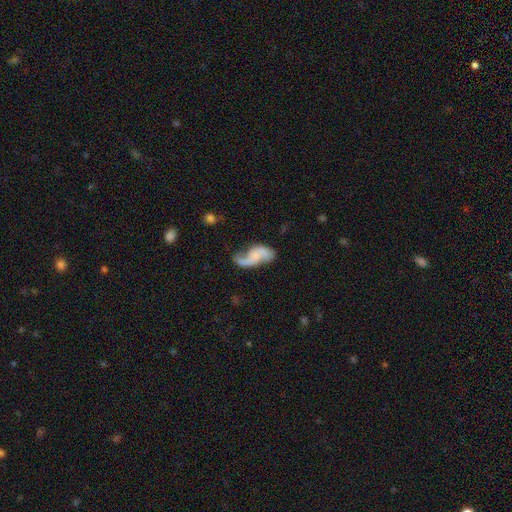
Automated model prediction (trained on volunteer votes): Overall: featured or disk (76%). Edge-on disk: no (97%). Bar: no (61%; weak 30%). Spiral arms: yes (92%). Spiral arm count: 2 (84%). Spiral winding: loose (73%). Bulge size: none (53%; small 29%). Merging: none (53%; minor disturbance 23%).